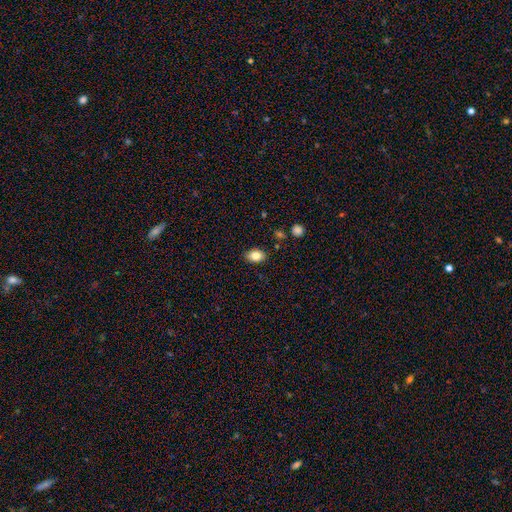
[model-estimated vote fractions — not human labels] Smooth or featured?
  - smooth: 82% *
  - star or artifact: 9%
  - featured or disk: 9%
How rounded?
  - in between: 80% *
  - round: 18%
  - cigar-shaped: 1%
Merging?
  - none: 86% *
  - minor disturbance: 10%
  - major disturbance: 2%
  - merger: 2%